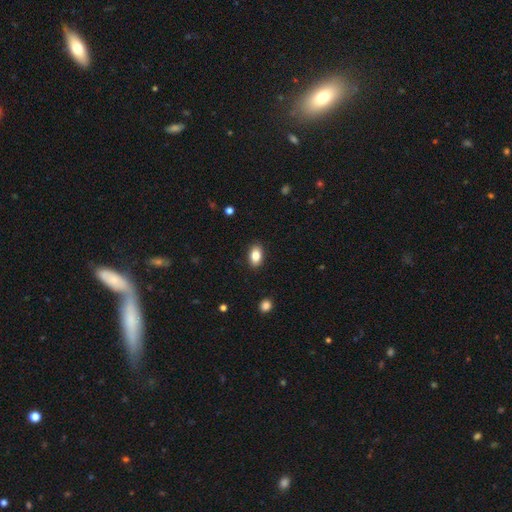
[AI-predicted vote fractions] Overall: smooth (85%). How rounded: in between (89%). Merging: none (89%).